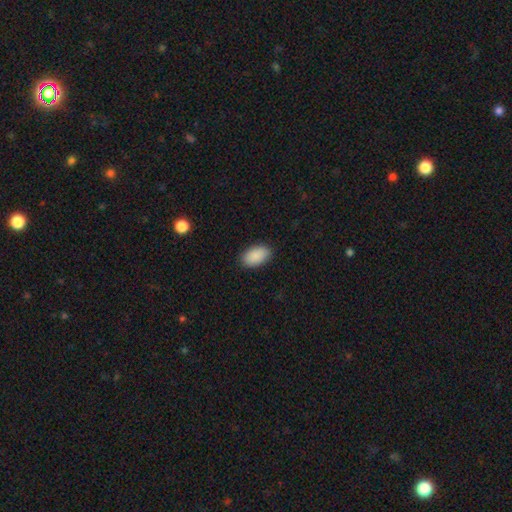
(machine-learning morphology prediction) smooth 90%, star or artifact 6%, featured or disk 4%. Down the decision tree: how rounded — in between (94%); merging — none (88%).